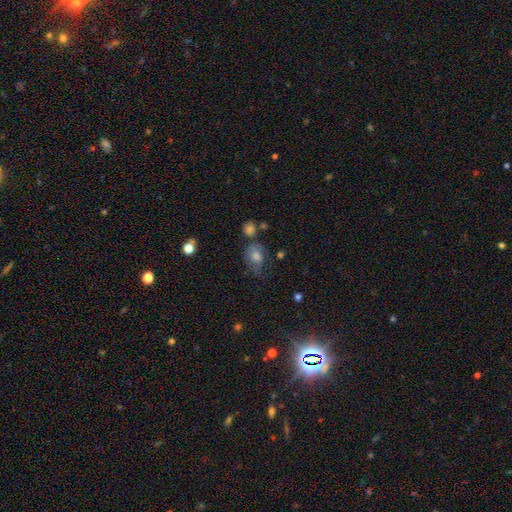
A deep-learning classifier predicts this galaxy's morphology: Smooth or featured?
  - smooth: 47% *
  - featured or disk: 28%
  - star or artifact: 25%
Merging?
  - none: 51% *
  - minor disturbance: 25%
  - major disturbance: 15%
  - merger: 9%